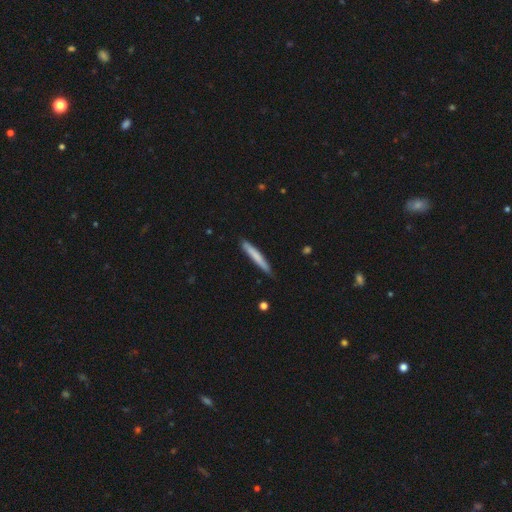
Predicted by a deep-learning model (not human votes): smooth 71%, featured or disk 23%, star or artifact 6%. Down the decision tree: how rounded — cigar-shaped (96%); merging — none (83%).